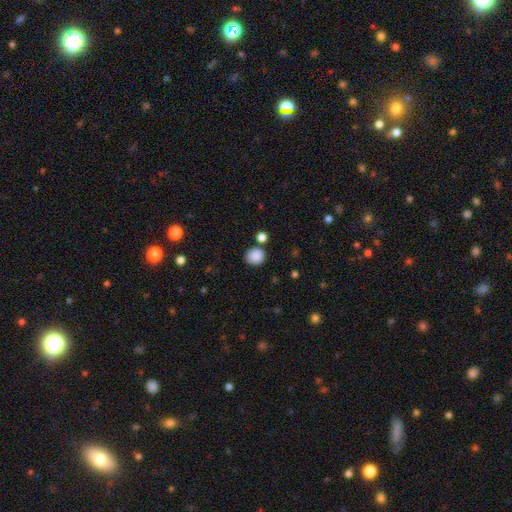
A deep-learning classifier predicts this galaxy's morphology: A smooth galaxy with no disk features (87%) that is round (81%).

Vote fractions:
- Smooth or featured? smooth: 87% / star or artifact: 9% / featured or disk: 3%
- How rounded? round: 81% / in between: 18% / cigar-shaped: 1%
- Merging? none: 80% / minor disturbance: 9% / merger: 7% / major disturbance: 3%